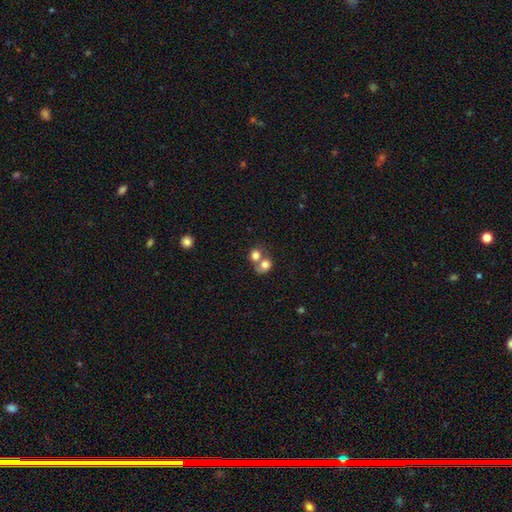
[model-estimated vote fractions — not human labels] Morphology: type=smooth (75%); roundness=round (69%); merging=merger (63%).